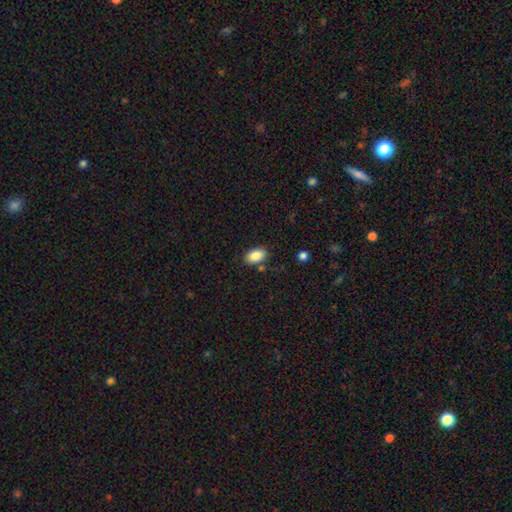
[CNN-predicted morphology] A smooth galaxy with no disk features (87%) that is in between round and cigar-shaped (91%).

Vote fractions:
- Smooth or featured? smooth: 87% / star or artifact: 8% / featured or disk: 6%
- How rounded? in between: 91% / round: 7% / cigar-shaped: 2%
- Merging? none: 83% / minor disturbance: 11% / merger: 3% / major disturbance: 3%